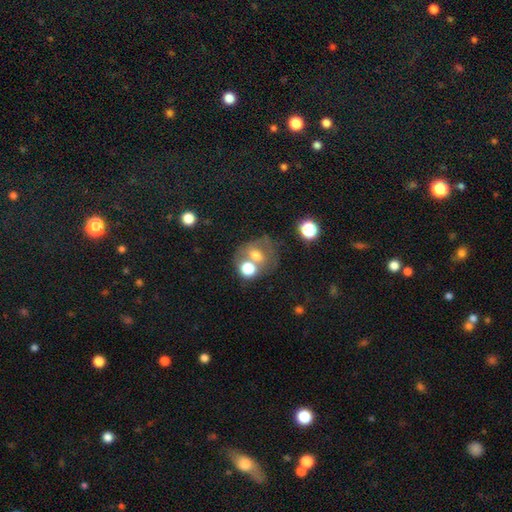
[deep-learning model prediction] smooth 57%, featured or disk 29%, star or artifact 14%. Down the decision tree: how rounded — round (63%); merging — merger (43%).